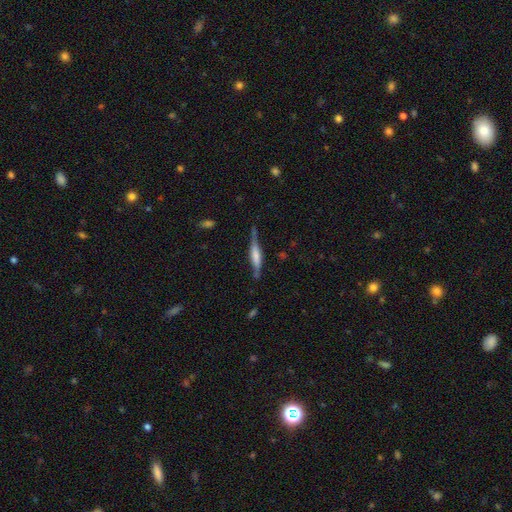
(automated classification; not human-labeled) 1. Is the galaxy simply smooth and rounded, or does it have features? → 56% featured or disk, 38% smooth, 6% star or artifact.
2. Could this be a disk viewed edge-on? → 92% yes, 8% no.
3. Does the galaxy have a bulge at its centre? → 49% boxy, 36% rounded, 15% none.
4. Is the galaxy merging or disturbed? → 67% none, 23% minor disturbance, 6% major disturbance, 4% merger.